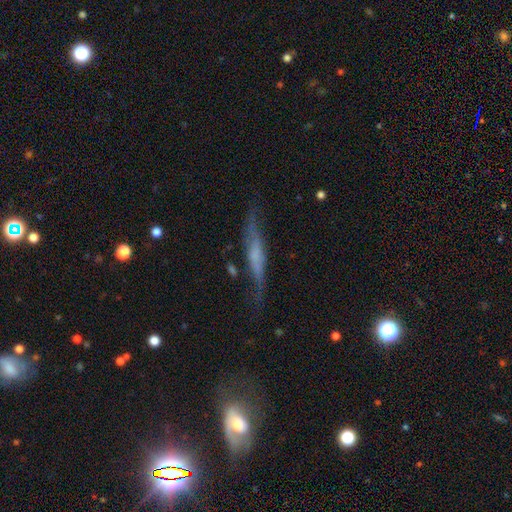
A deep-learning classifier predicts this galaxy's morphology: type=featured or disk (59%); edge-on=yes (82%); merging=none (61%).